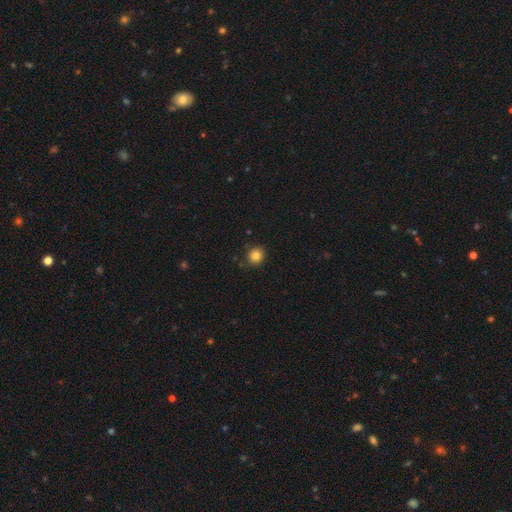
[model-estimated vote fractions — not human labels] Morphology: type=smooth (84%); roundness=round (87%); merging=none (86%).